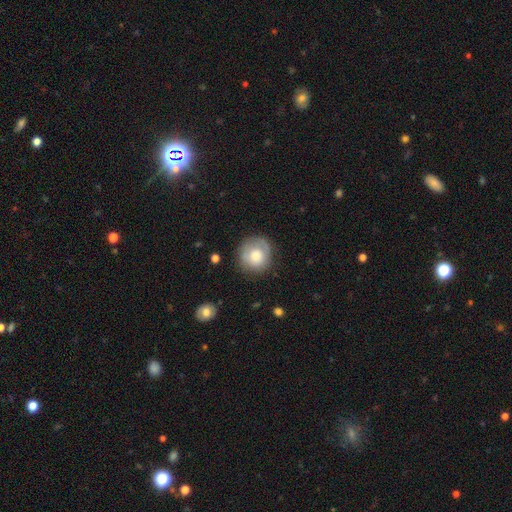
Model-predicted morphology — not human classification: smooth 73%, featured or disk 20%, star or artifact 7%. Down the decision tree: how rounded — round (90%); merging — none (74%).